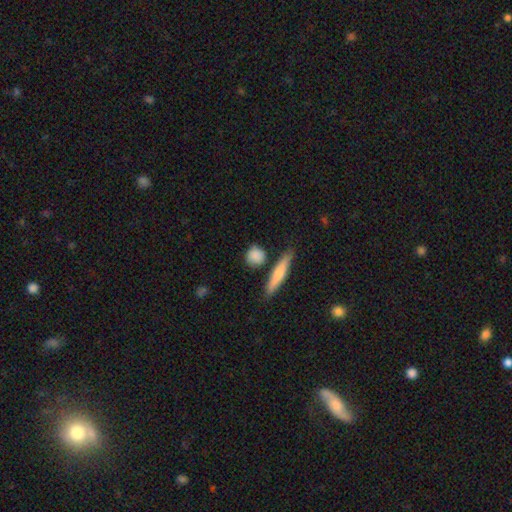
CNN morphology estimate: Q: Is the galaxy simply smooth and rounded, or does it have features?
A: smooth — 83%.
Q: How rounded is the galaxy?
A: round — 71%.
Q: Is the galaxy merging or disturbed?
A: none — 75%.